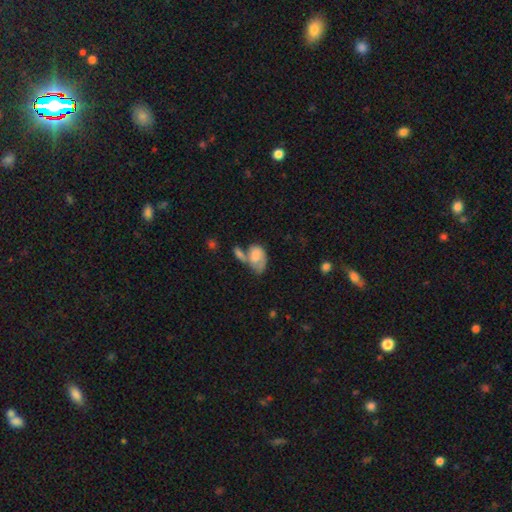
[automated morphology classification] Smooth or featured? Predicted: smooth (p=0.62). How rounded? Predicted: in between (p=0.87). Merging? Predicted: merger (p=0.46).